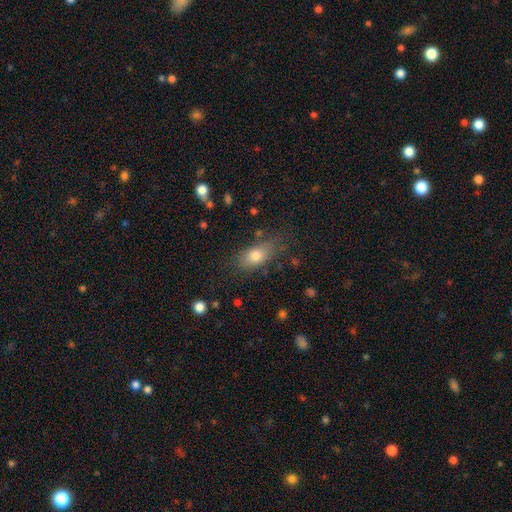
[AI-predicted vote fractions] A smooth galaxy with no disk features (77%) that is in between round and cigar-shaped (80%).

Vote fractions:
- Smooth or featured? smooth: 77% / featured or disk: 14% / star or artifact: 9%
- How rounded? in between: 80% / round: 10% / cigar-shaped: 10%
- Merging? none: 70% / minor disturbance: 20% / major disturbance: 7% / merger: 3%